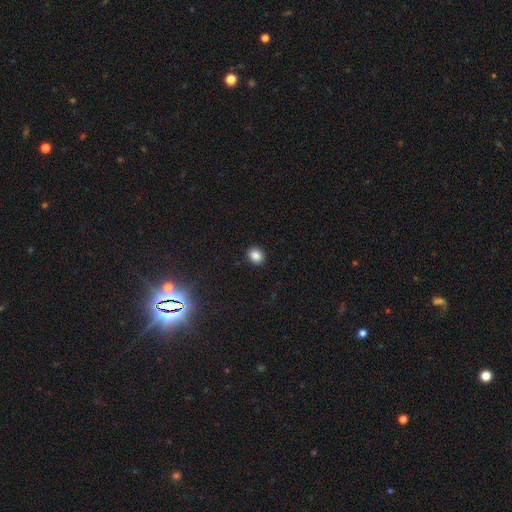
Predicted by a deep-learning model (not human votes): Smooth or featured: smooth — 86% (star or artifact — 10%)
How rounded: round — 61% (in between — 38%)
Merging: none — 91% (minor disturbance — 6%)